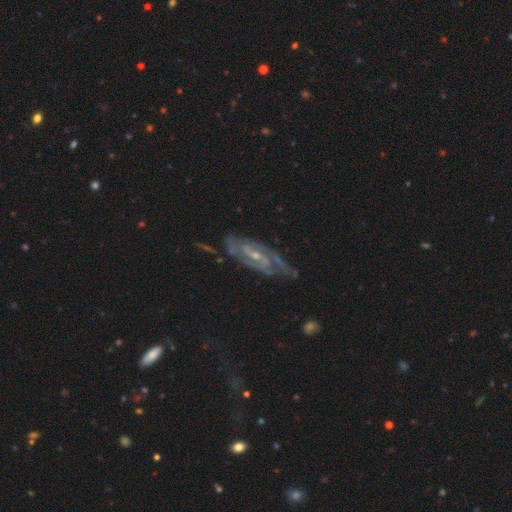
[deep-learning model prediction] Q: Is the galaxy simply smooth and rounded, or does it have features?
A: featured or disk — 87%.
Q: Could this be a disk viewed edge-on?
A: no — 90%.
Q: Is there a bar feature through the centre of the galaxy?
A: weak — 49%.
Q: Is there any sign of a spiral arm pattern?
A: yes — 95%.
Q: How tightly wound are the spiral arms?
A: medium — 46%.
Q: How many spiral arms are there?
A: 2 — 71%.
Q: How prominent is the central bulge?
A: small — 65%.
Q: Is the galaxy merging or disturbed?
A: none — 68%.